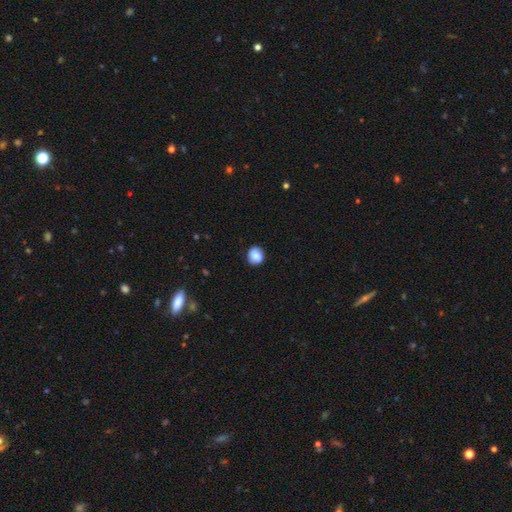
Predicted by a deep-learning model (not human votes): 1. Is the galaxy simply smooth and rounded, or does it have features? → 83% smooth, 8% featured or disk, 8% star or artifact.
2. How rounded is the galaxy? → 83% round, 16% in between, 1% cigar-shaped.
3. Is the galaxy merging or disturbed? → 83% none, 13% minor disturbance, 3% major disturbance, 1% merger.